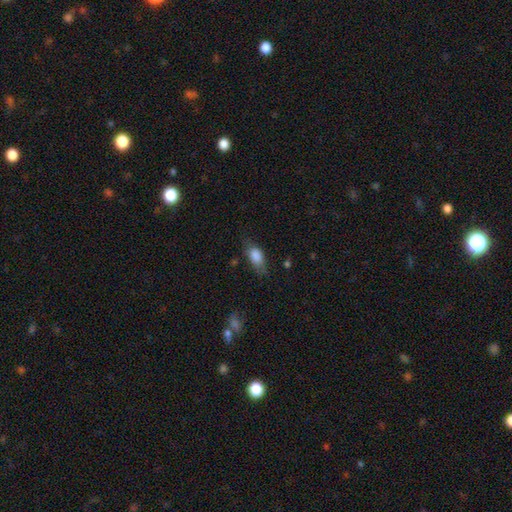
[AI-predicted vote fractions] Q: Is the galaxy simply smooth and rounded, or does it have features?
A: smooth — 84%.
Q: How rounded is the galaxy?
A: in between — 86%.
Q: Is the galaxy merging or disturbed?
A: none — 60%.